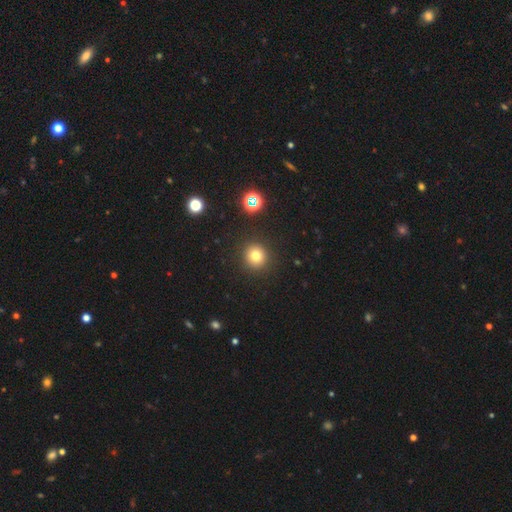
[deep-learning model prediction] smooth-or-featured: smooth: 77% | star or artifact: 16% | featured or disk: 7%
  how-rounded: round: 93% | in between: 6% | cigar-shaped: 1%
  merging: none: 91% | minor disturbance: 5% | major disturbance: 2% | merger: 2%